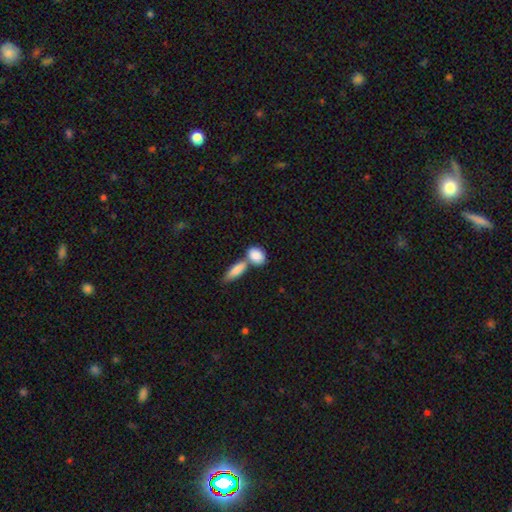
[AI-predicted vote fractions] smooth-or-featured: smooth: 86% | featured or disk: 8% | star or artifact: 6%
  how-rounded: in between: 72% | round: 22% | cigar-shaped: 7%
  merging: merger: 50% | none: 37% | minor disturbance: 10% | major disturbance: 3%